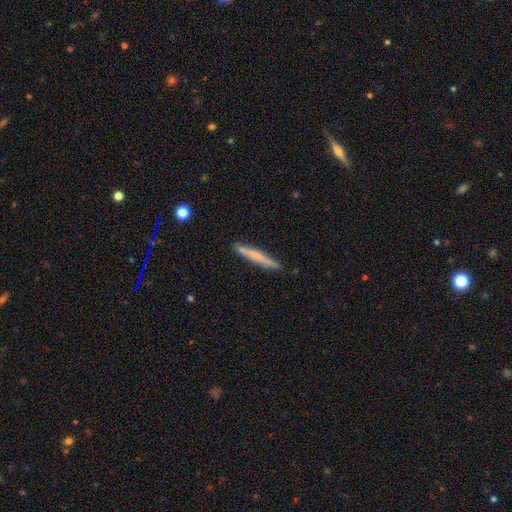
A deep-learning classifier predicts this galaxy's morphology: smooth_or_featured: smooth (p=0.62) [alt: featured or disk p=0.32]
how_rounded: cigar-shaped (p=0.96) [alt: in between p=0.03]
merging: none (p=0.88) [alt: minor disturbance p=0.09]